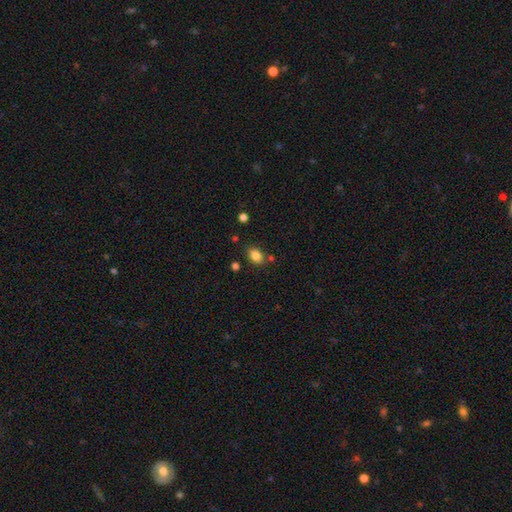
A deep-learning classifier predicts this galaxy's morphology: Smooth or featured?
  - smooth: 85% *
  - star or artifact: 10%
  - featured or disk: 5%
How rounded?
  - in between: 80% *
  - round: 19%
  - cigar-shaped: 1%
Merging?
  - none: 78% *
  - minor disturbance: 13%
  - merger: 6%
  - major disturbance: 3%